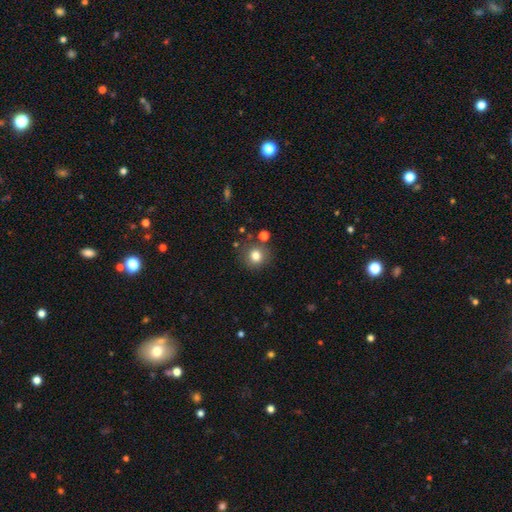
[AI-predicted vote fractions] Q: Smooth or featured?
A: smooth (81%); runner-up: star or artifact (12%)
Q: How rounded?
A: round (89%); runner-up: in between (10%)
Q: Merging?
A: none (81%); runner-up: minor disturbance (10%)